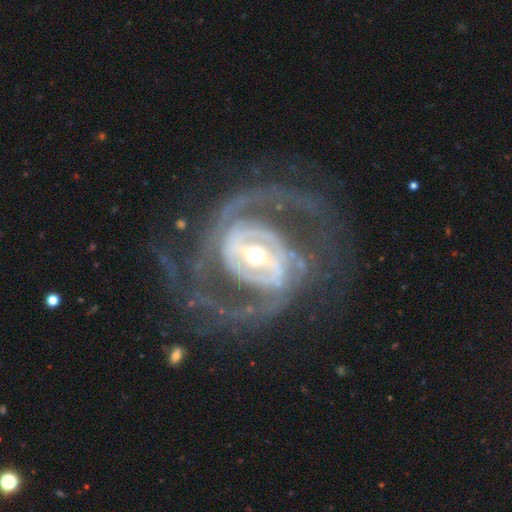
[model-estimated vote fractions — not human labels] Smooth or featured?
  - featured or disk: 92% *
  - star or artifact: 5%
  - smooth: 3%
Edge-on disk?
  - no: 97% *
  - yes: 3%
Bar?
  - strong: 54% *
  - weak: 32%
  - no: 14%
Spiral arms?
  - yes: 96% *
  - no: 4%
Spiral winding?
  - medium: 50% *
  - tight: 34%
  - loose: 16%
Spiral arm count?
  - 2: 68% *
  - 3: 12%
  - can't tell: 10%
  - 4: 4%
  - 1: 4%
  - more than 4: 3%
Bulge size?
  - moderate: 55% *
  - small: 36%
  - large: 7%
  - dominant: 1%
  - none: 1%
Merging?
  - none: 64% *
  - major disturbance: 20%
  - minor disturbance: 14%
  - merger: 2%